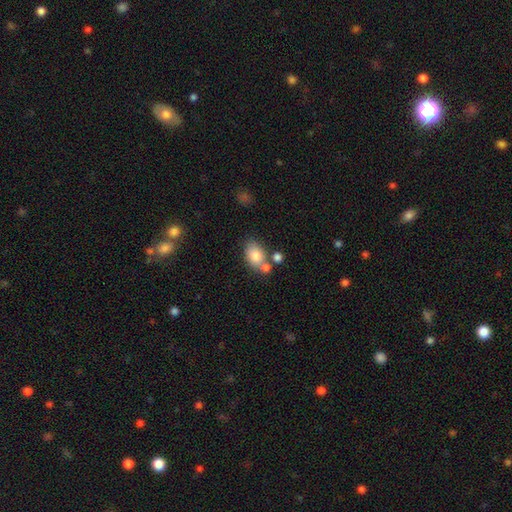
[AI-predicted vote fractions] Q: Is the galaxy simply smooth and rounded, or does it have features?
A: smooth — 79%.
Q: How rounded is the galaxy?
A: in between — 78%.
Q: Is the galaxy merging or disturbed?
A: none — 53%.